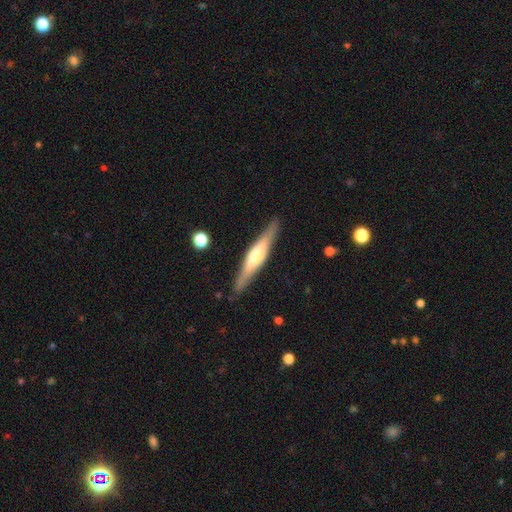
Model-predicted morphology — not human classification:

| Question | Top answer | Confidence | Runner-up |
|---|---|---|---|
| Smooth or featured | featured or disk | 61% | smooth (34%) |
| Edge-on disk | yes | 95% | no (5%) |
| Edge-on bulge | rounded | 68% | boxy (21%) |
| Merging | none | 88% | minor disturbance (9%) |